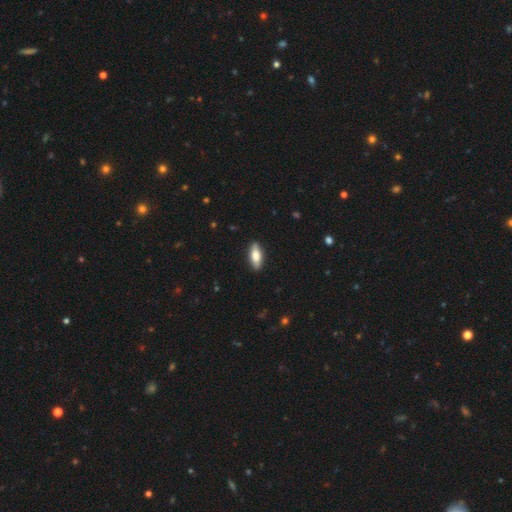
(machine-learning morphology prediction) Smooth or featured: smooth — 73% (featured or disk — 21%)
How rounded: in between — 72% (cigar-shaped — 26%)
Merging: none — 88% (minor disturbance — 9%)